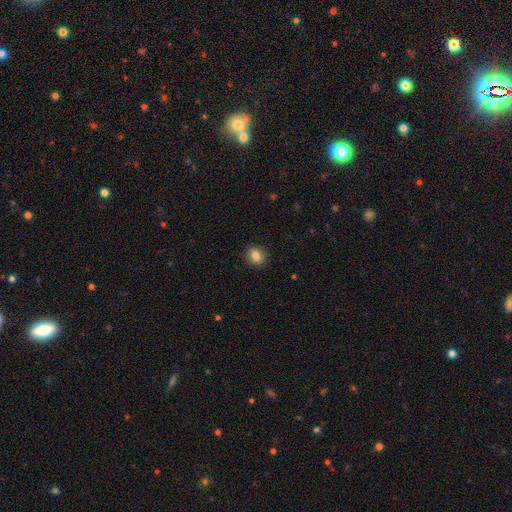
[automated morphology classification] The model was most divided on "how rounded": round: 65%, in between: 34%, cigar-shaped: 1%. More confident: merging — none (91%); smooth or featured — smooth (83%).